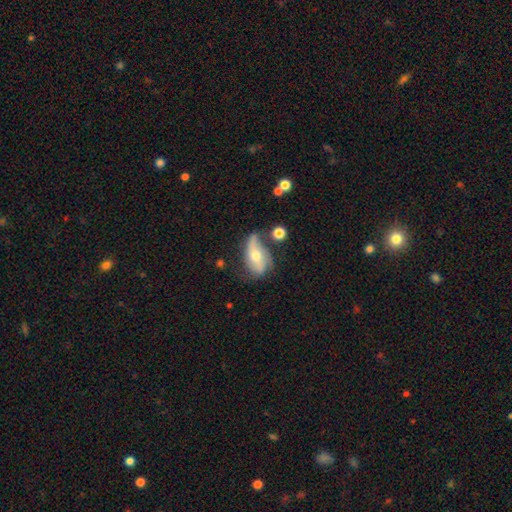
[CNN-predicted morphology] smooth-or-featured: featured or disk: 55% | smooth: 36% | star or artifact: 8%
  disk-edge-on: no: 89% | yes: 11%
  merging: none: 39% | minor disturbance: 32% | major disturbance: 21% | merger: 9%